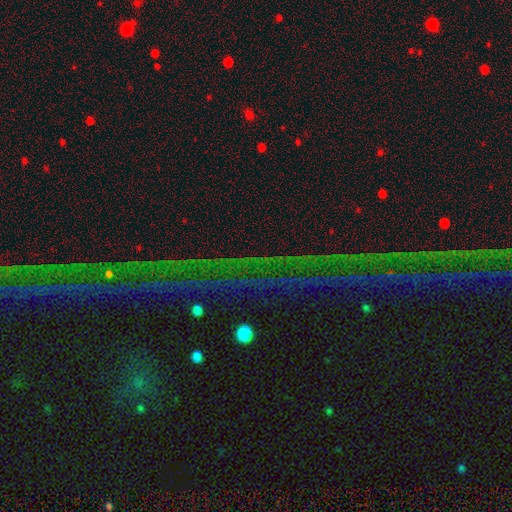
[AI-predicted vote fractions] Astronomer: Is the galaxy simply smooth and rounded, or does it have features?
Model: star or artifact — 82%.